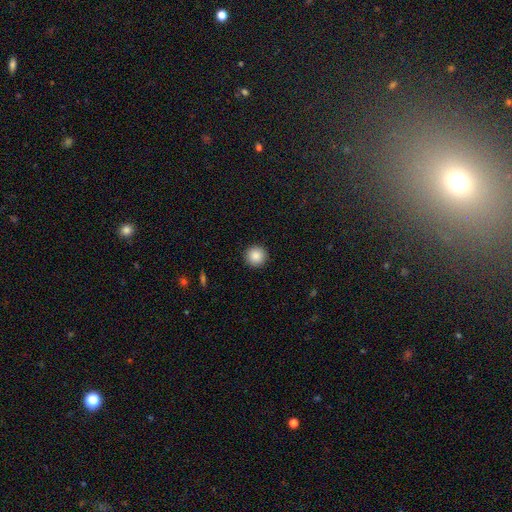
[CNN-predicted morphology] The model was most divided on "smooth or featured": smooth: 87%, star or artifact: 9%, featured or disk: 4%. More confident: how rounded — round (96%); merging — none (93%).